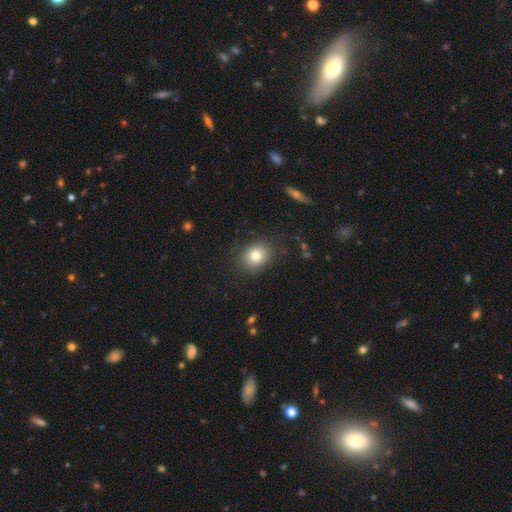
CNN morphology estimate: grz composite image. It shows a smooth galaxy with no disk features (78%) that is round (58%). Merging: none (85%).